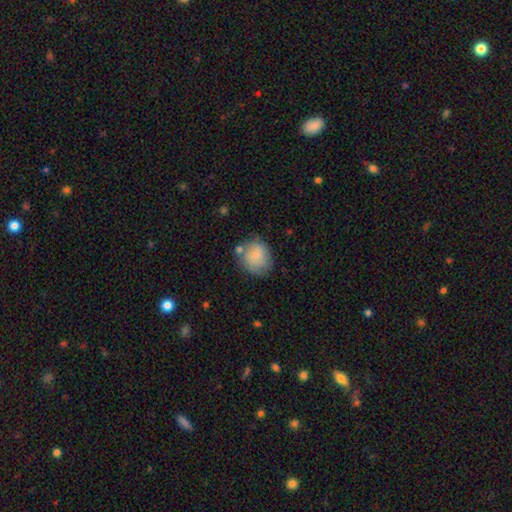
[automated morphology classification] Smooth or featured? Predicted: smooth (p=0.77). How rounded? Predicted: round (p=0.79). Merging? Predicted: none (p=0.62).